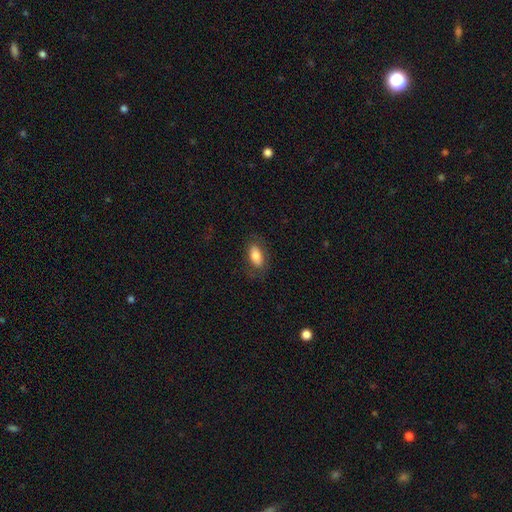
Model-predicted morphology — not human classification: Smooth or featured? Predicted: smooth (p=0.79). How rounded? Predicted: in between (p=0.90). Merging? Predicted: none (p=0.78).